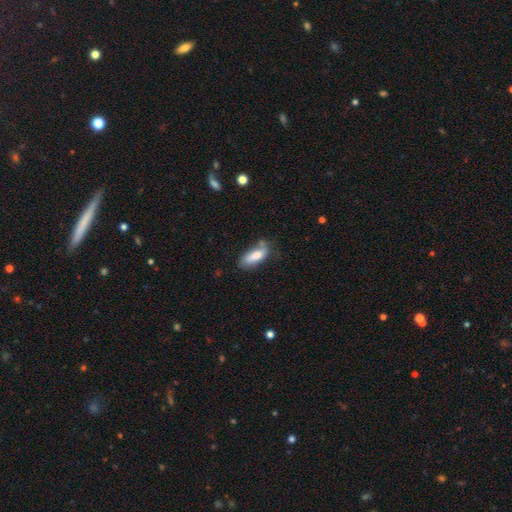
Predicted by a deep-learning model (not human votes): Smooth or featured? smooth (81%)
How rounded? in between (71%)
Merging? none (53%)